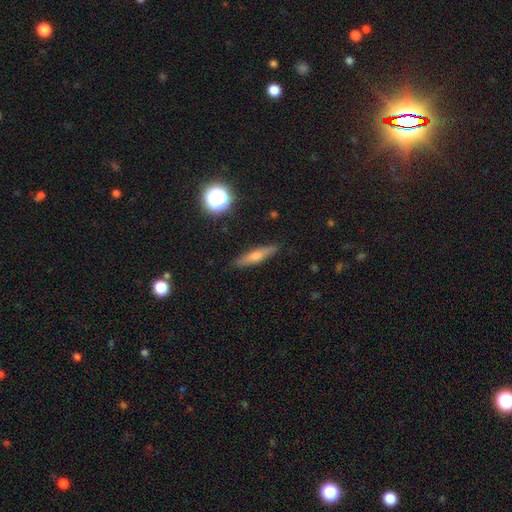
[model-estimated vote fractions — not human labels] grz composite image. It shows a smooth galaxy with no disk features (50%). Merging: none (89%).